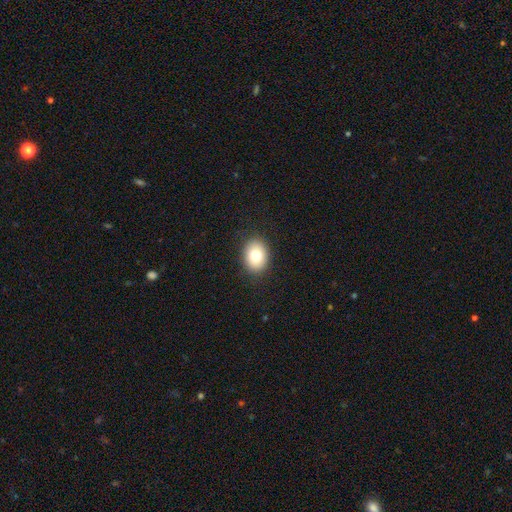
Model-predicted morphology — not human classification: Overall: smooth (77%). How rounded: in between (62%; round 37%). Merging: none (89%).